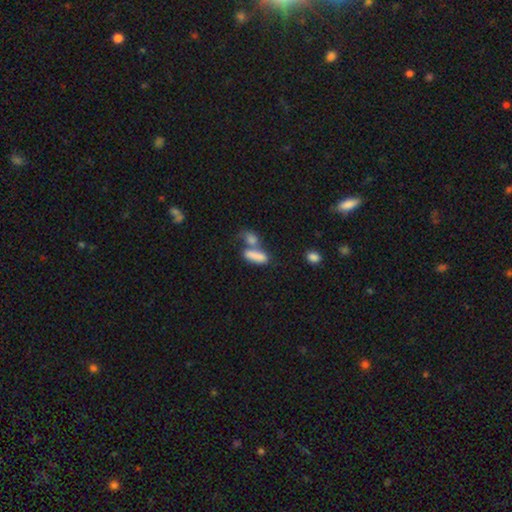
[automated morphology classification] This is clearly a smooth galaxy (82%). How rounded: likely in between (64%). Merging: possibly merger (52%).